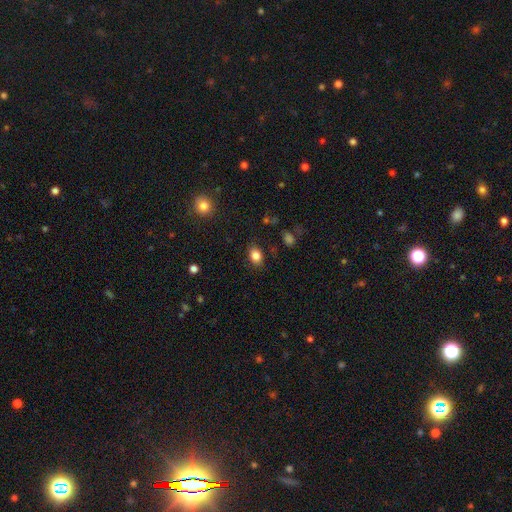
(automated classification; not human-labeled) Smooth or featured? Predicted: smooth (p=0.83). How rounded? Predicted: in between (p=0.75). Merging? Predicted: none (p=0.85).